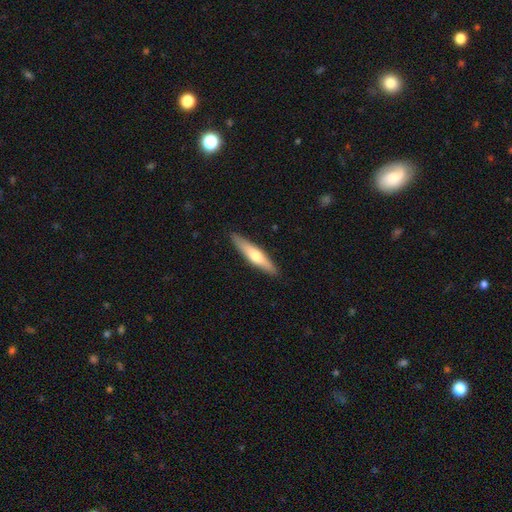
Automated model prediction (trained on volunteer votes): Overall: smooth (53%; featured or disk 42%). How rounded: cigar-shaped (84%). Merging: none (89%).